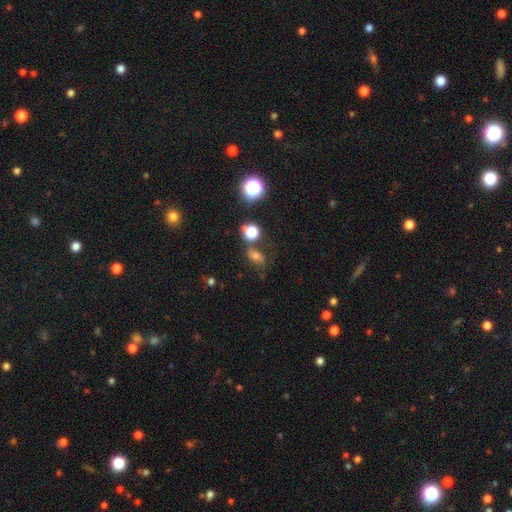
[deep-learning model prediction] A smooth galaxy with no disk features (56%) that is in between round and cigar-shaped (62%).

Vote fractions:
- Smooth or featured? smooth: 56% / star or artifact: 26% / featured or disk: 18%
- How rounded? in between: 62% / round: 33% / cigar-shaped: 5%
- Merging? none: 56% / minor disturbance: 18% / merger: 15% / major disturbance: 10%